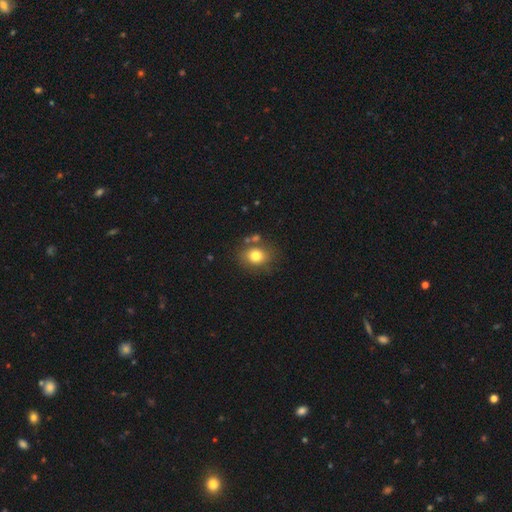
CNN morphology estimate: Smooth or featured?
  - smooth: 78% *
  - star or artifact: 11%
  - featured or disk: 11%
How rounded?
  - round: 60% *
  - in between: 40%
  - cigar-shaped: 1%
Merging?
  - none: 71% *
  - minor disturbance: 14%
  - merger: 10%
  - major disturbance: 5%